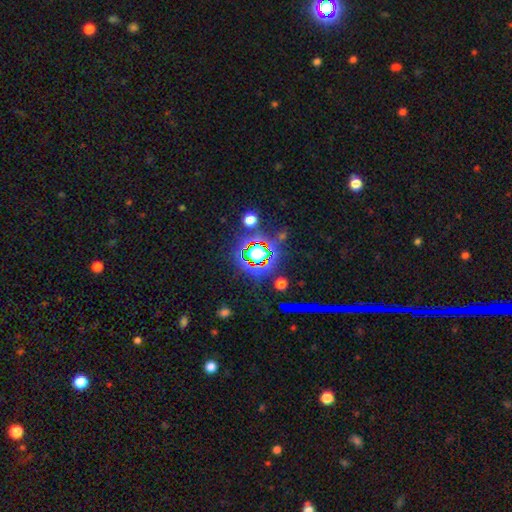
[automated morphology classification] Smooth or featured?
  - star or artifact: 78% *
  - smooth: 12%
  - featured or disk: 9%